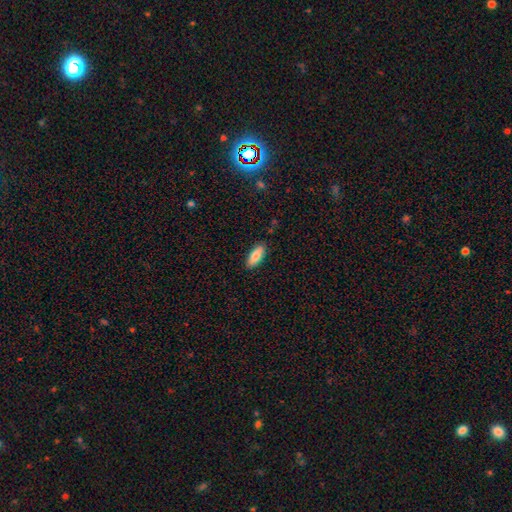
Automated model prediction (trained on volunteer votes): Morphology: type=smooth (84%); roundness=in between (78%); merging=none (88%).